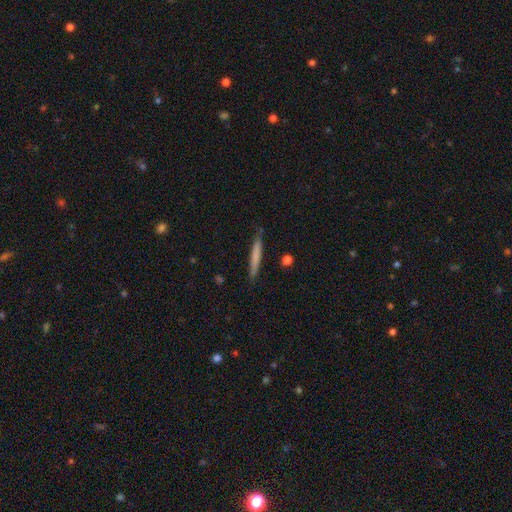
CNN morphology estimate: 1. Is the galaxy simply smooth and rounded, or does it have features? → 68% smooth, 26% featured or disk, 6% star or artifact.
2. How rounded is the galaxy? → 96% cigar-shaped, 3% in between, 1% round.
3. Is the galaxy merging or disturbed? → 84% none, 12% minor disturbance, 2% major disturbance, 2% merger.